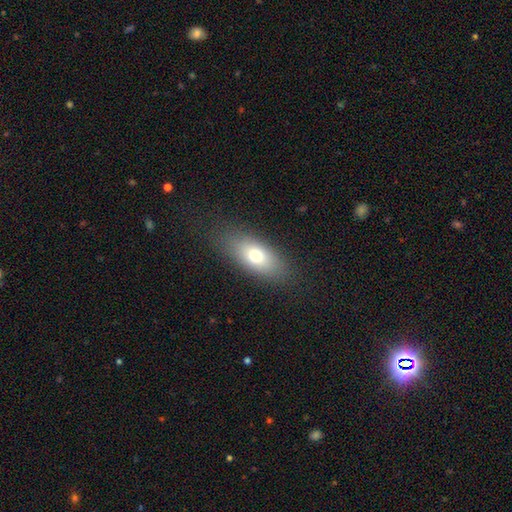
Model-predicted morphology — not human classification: A smooth galaxy with no disk features (72%) that is in between round and cigar-shaped (82%).

Vote fractions:
- Smooth or featured? smooth: 72% / featured or disk: 18% / star or artifact: 9%
- How rounded? in between: 82% / cigar-shaped: 12% / round: 5%
- Merging? none: 82% / minor disturbance: 12% / major disturbance: 5% / merger: 1%